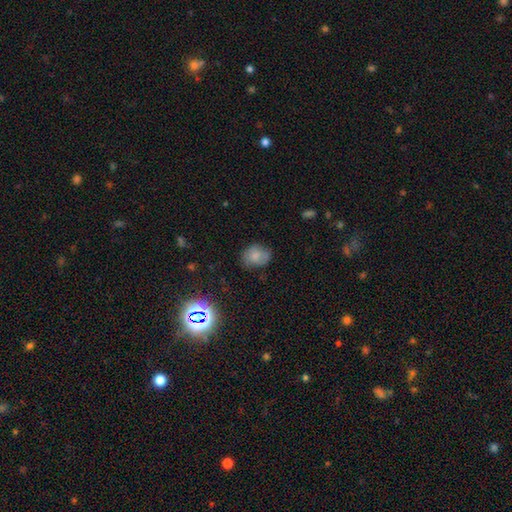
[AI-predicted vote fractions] smooth_or_featured: smooth (p=0.73) [alt: featured or disk p=0.16]
how_rounded: in between (p=0.53) [alt: round p=0.46]
merging: none (p=0.68) [alt: minor disturbance p=0.24]